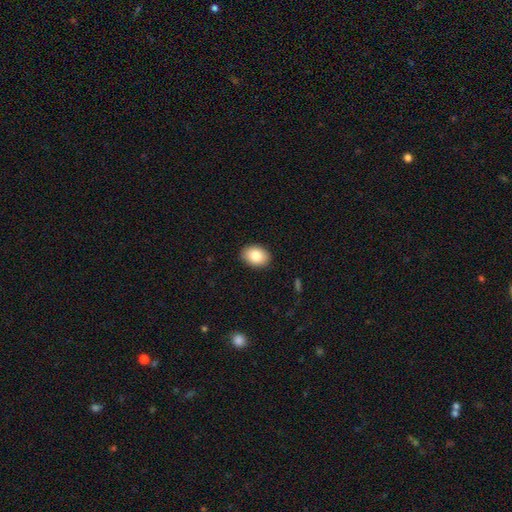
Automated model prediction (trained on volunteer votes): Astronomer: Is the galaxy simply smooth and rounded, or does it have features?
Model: smooth — 84%.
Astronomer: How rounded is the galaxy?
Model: in between — 75%.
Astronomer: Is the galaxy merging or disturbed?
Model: none — 89%.